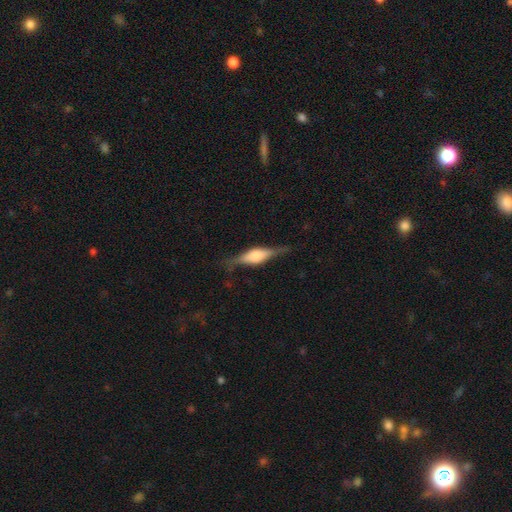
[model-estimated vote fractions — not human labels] smooth-or-featured: featured or disk: 66% | smooth: 27% | star or artifact: 7%
  disk-edge-on: yes: 95% | no: 5%
    edge-on-bulge: rounded: 71% | boxy: 25% | none: 3%
  merging: none: 76% | minor disturbance: 16% | major disturbance: 6% | merger: 2%